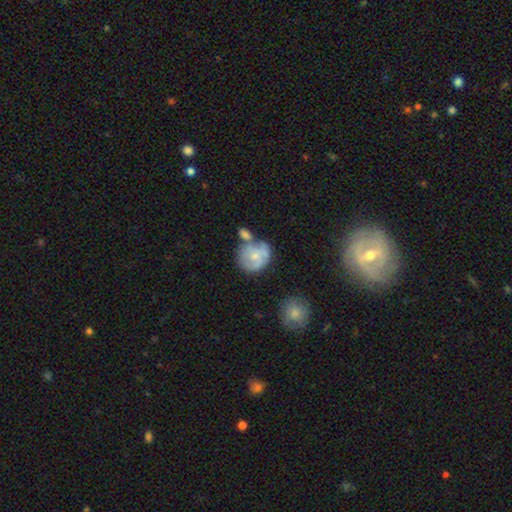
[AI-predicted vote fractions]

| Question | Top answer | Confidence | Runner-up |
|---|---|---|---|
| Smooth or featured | featured or disk | 49% | smooth (45%) |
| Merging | none | 38% | merger (30%) |